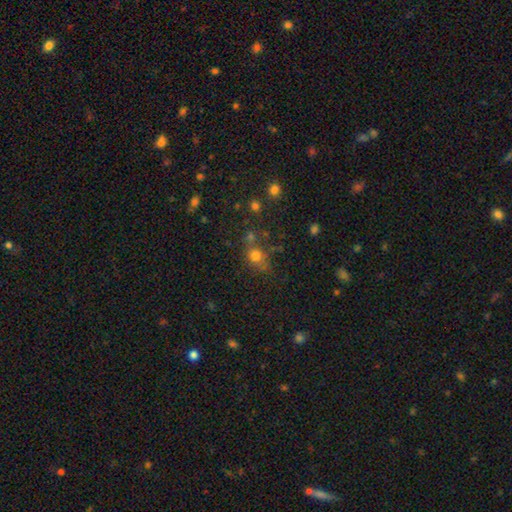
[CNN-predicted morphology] A smooth galaxy with no disk features (72%) that is round (76%). Merging: none (57%).